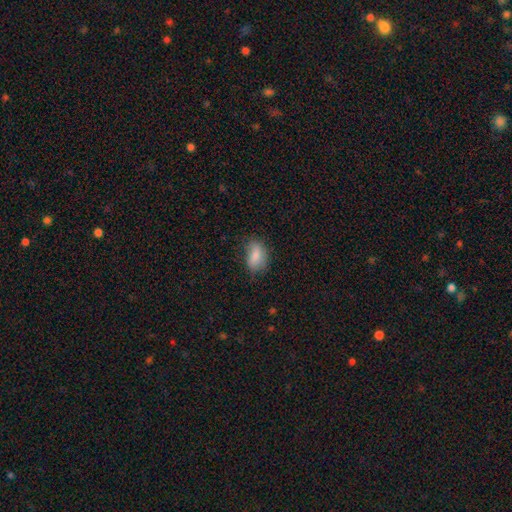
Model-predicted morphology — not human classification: A smooth galaxy with no disk features (81%) that is in between round and cigar-shaped (87%). Merging: none (65%).